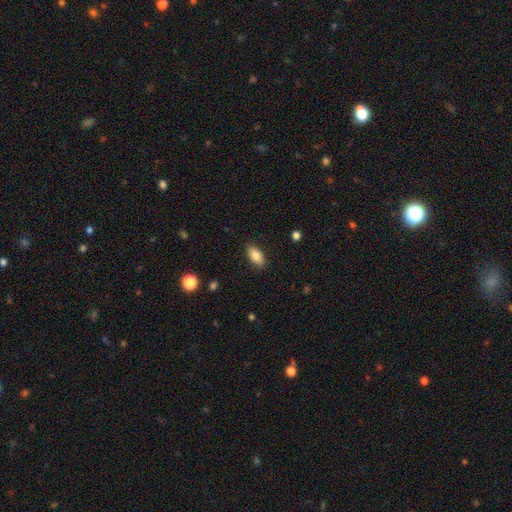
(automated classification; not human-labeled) This appears to be a smooth galaxy with no disk features (81%) that is in between round and cigar-shaped (90%). Merging: none (87%).